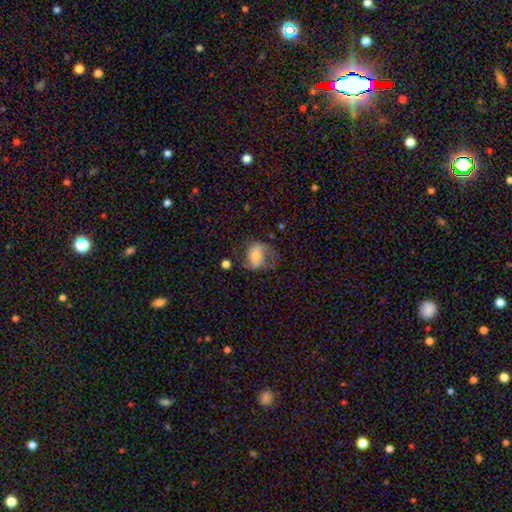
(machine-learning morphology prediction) smooth_or_featured: featured or disk (p=0.47) [alt: smooth p=0.45]
merging: none (p=0.48) [alt: minor disturbance p=0.25]